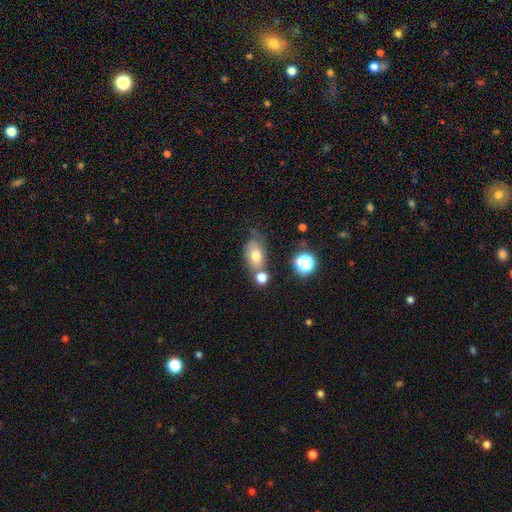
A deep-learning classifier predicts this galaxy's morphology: The model was most divided on "merging": none: 51%, merger: 21%, minor disturbance: 20%, major disturbance: 8%. More confident: how rounded — in between (78%); smooth or featured — smooth (67%).